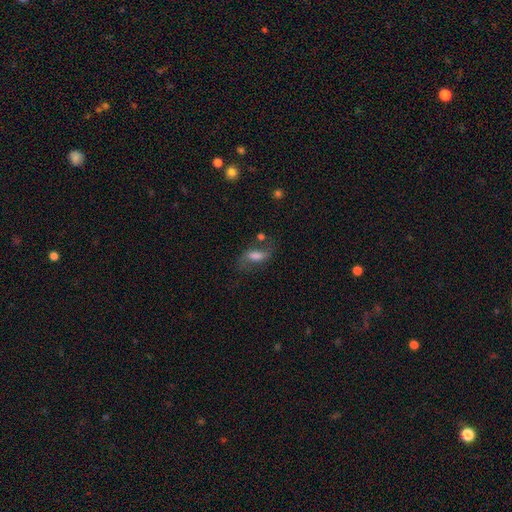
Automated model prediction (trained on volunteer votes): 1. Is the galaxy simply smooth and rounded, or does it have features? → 49% smooth, 40% featured or disk, 11% star or artifact.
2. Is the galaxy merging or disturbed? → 54% none, 21% minor disturbance, 17% major disturbance, 8% merger.